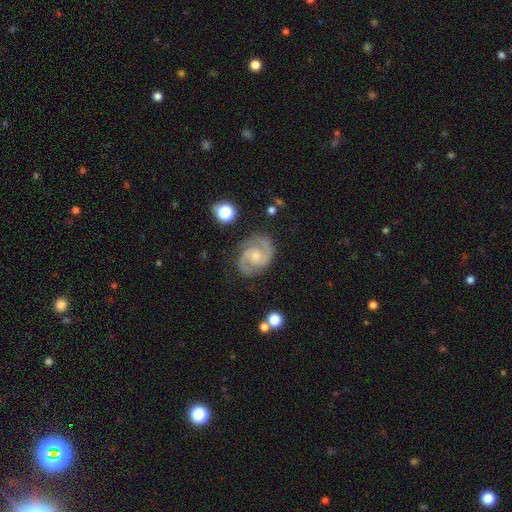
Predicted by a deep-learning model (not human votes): Morphology: type=featured or disk (91%); edge-on=no (98%); bar=no (54%); spiral arms=yes (98%); winding=medium (55%); arm count=2 (92%); bulge=small (45%); merging=none (80%).